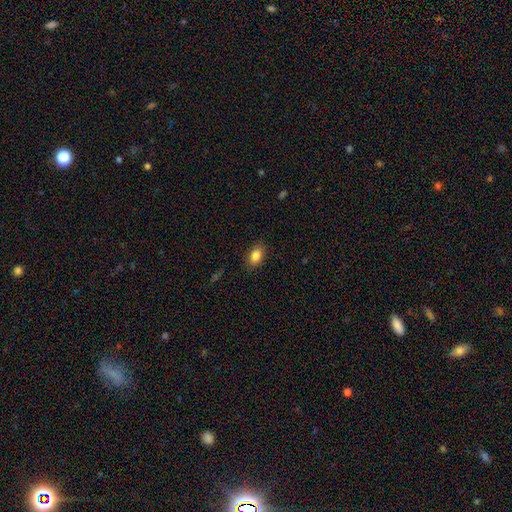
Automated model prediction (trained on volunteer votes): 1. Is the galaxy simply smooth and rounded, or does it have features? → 85% smooth, 9% star or artifact, 7% featured or disk.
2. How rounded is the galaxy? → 87% in between, 11% round, 2% cigar-shaped.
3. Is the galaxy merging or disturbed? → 87% none, 9% minor disturbance, 2% major disturbance, 1% merger.